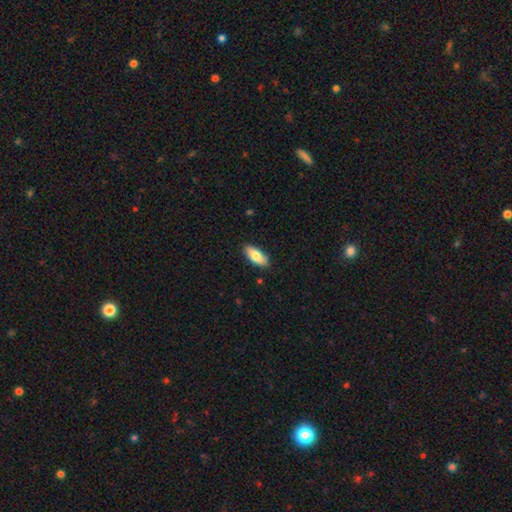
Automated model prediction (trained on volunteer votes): A smooth galaxy with no disk features (80%) that is in between round and cigar-shaped (85%). Merging: none (86%).